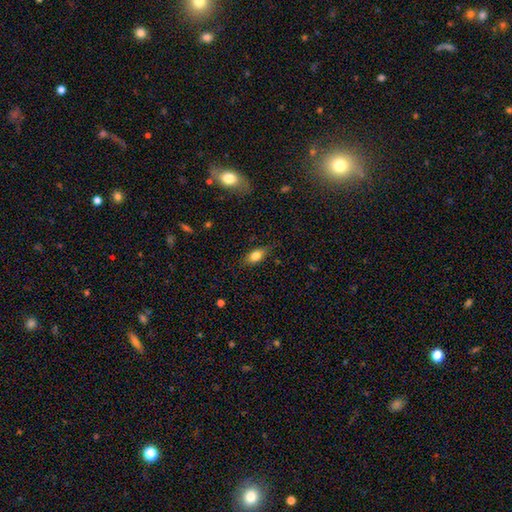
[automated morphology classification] This is likely a smooth galaxy (79%). How rounded: clearly in between (82%). Merging: likely none (80%).